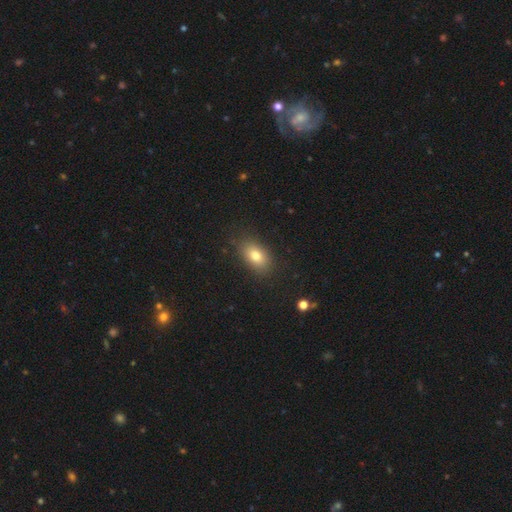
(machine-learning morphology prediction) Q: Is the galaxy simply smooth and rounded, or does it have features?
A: smooth — 79%.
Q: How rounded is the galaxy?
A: in between — 86%.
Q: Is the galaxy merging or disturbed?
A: none — 85%.